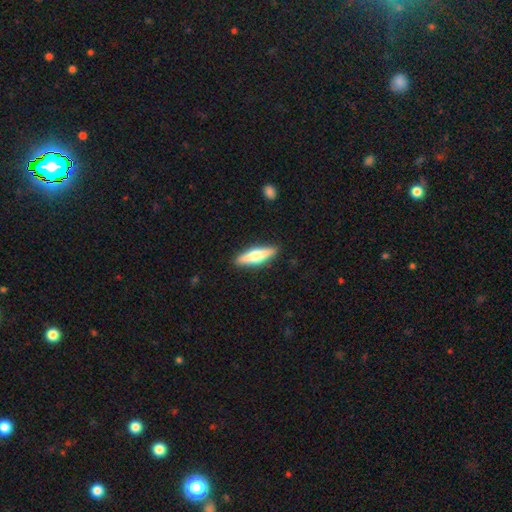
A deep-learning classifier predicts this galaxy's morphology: This appears to be a smooth galaxy with no disk features (50%) that is cigar-shaped (66%). Merging: none (89%).